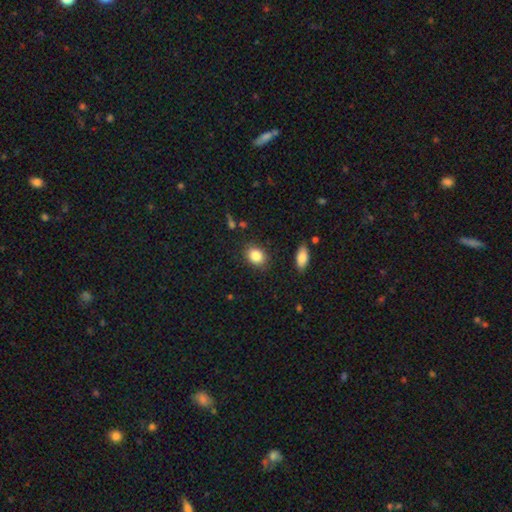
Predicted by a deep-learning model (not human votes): Smooth or featured? Predicted: smooth (p=0.85). How rounded? Predicted: in between (p=0.54). Merging? Predicted: none (p=0.86).